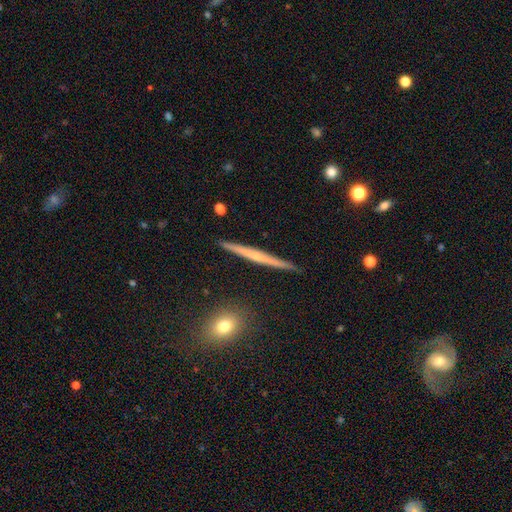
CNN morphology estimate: smooth-or-featured: featured or disk: 66% | smooth: 28% | star or artifact: 7%
  disk-edge-on: yes: 98% | no: 2%
    edge-on-bulge: none: 60% | rounded: 35% | boxy: 6%
  merging: none: 91% | minor disturbance: 6% | merger: 1% | major disturbance: 1%